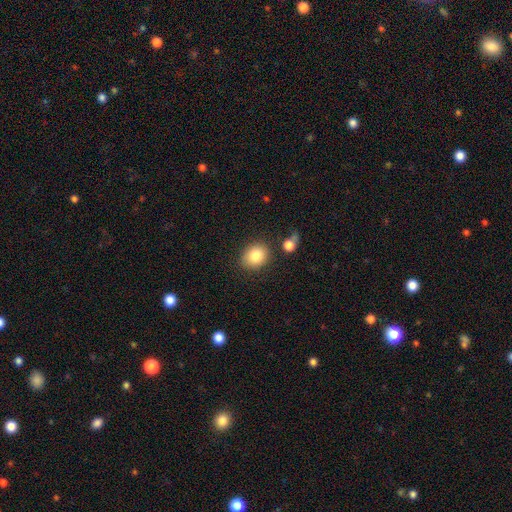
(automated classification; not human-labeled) smooth-or-featured: smooth: 84% | star or artifact: 9% | featured or disk: 7%
  how-rounded: round: 60% | in between: 39% | cigar-shaped: 1%
  merging: none: 80% | minor disturbance: 11% | merger: 6% | major disturbance: 3%